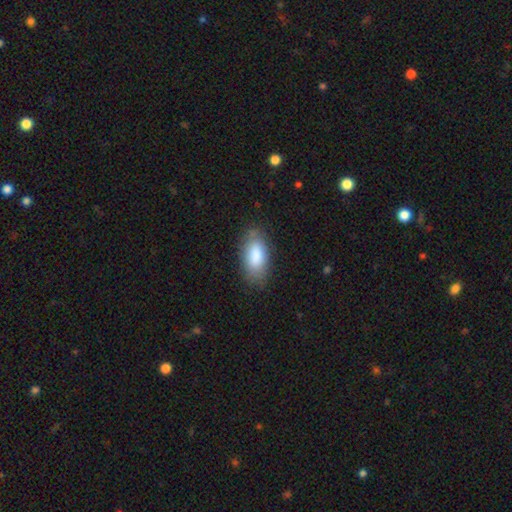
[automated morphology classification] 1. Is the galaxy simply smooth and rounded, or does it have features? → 84% smooth, 9% featured or disk, 6% star or artifact.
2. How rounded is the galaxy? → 93% in between, 4% cigar-shaped, 3% round.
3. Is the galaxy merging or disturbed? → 78% none, 16% minor disturbance, 5% major disturbance, 1% merger.